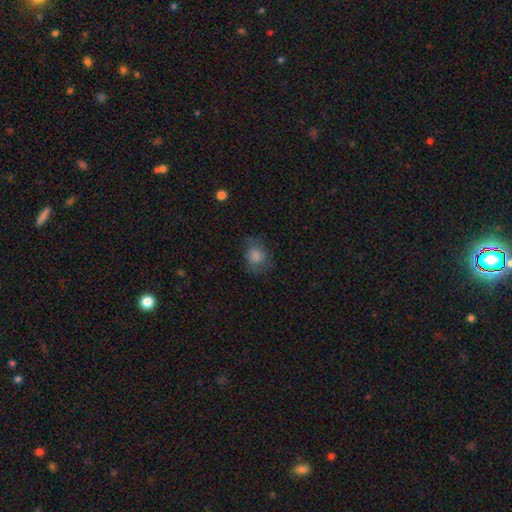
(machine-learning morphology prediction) Smooth or featured? smooth (75%)
How rounded? round (59%)
Merging? none (67%)